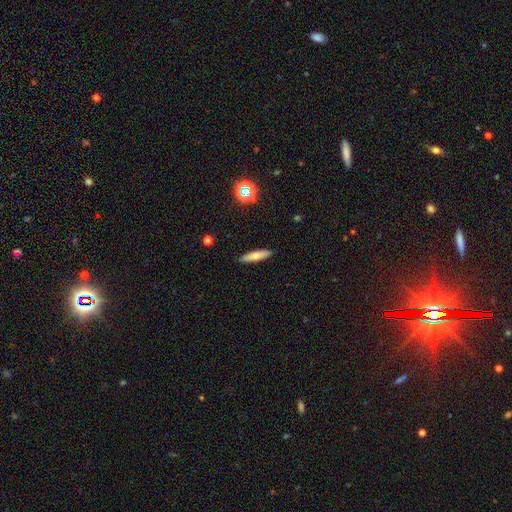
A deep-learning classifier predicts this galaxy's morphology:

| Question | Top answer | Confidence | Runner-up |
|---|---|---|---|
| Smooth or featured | smooth | 63% | featured or disk (29%) |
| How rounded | cigar-shaped | 76% | in between (22%) |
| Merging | none | 89% | minor disturbance (8%) |